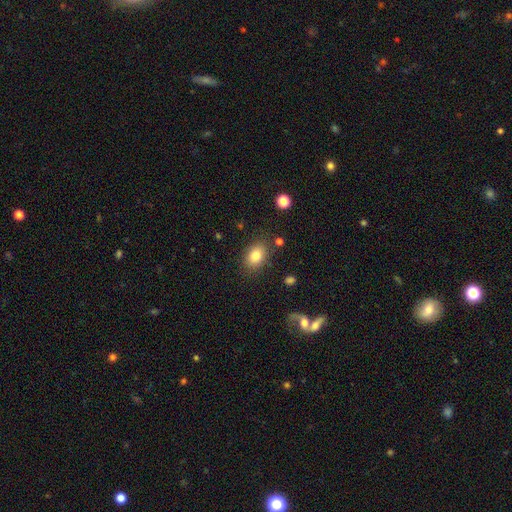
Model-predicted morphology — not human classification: The model was most divided on "how rounded": in between: 77%, round: 22%, cigar-shaped: 1%. More confident: merging — none (82%); smooth or featured — smooth (81%).